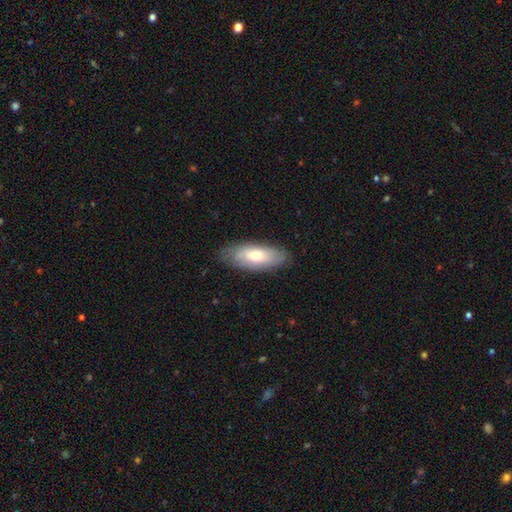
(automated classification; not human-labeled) Smooth or featured? Predicted: smooth (p=0.65). How rounded? Predicted: in between (p=0.77). Merging? Predicted: none (p=0.80).